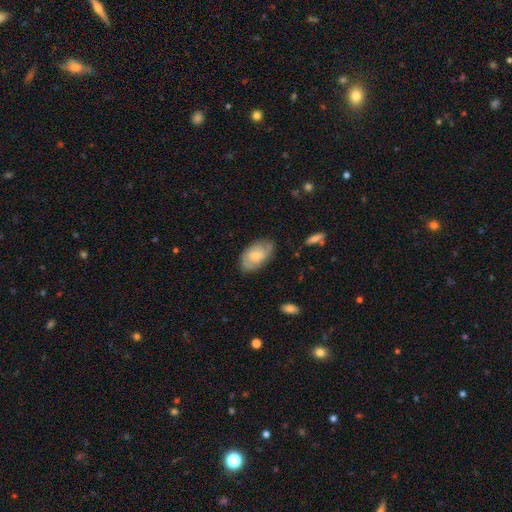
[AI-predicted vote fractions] Smooth or featured: featured or disk — 51% (smooth — 42%)
Edge-on disk: no — 95% (yes — 5%)
Merging: none — 73% (minor disturbance — 21%)